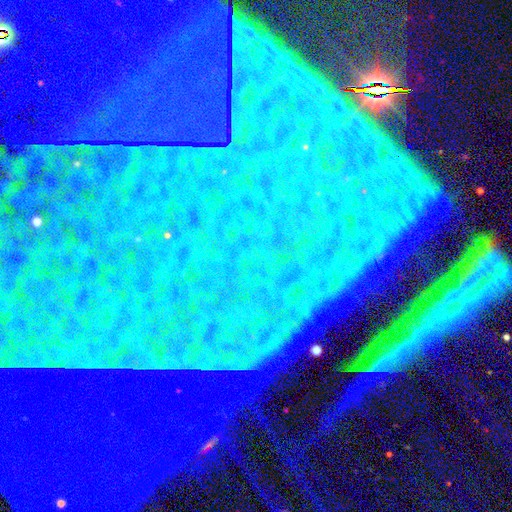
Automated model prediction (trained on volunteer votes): star or artifact 87%, featured or disk 7%, smooth 6%.